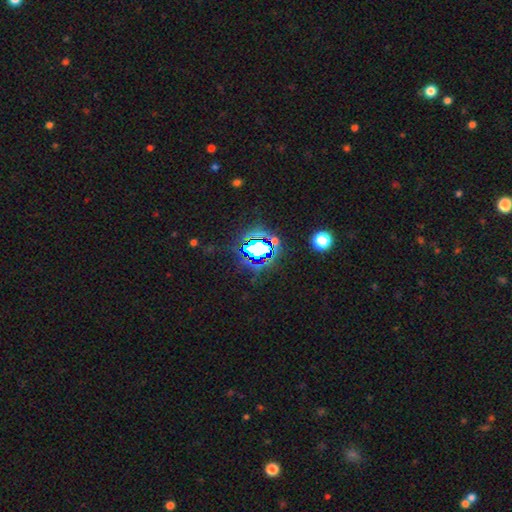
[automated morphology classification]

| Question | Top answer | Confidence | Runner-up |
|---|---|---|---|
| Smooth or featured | star or artifact | 78% | smooth (14%) |